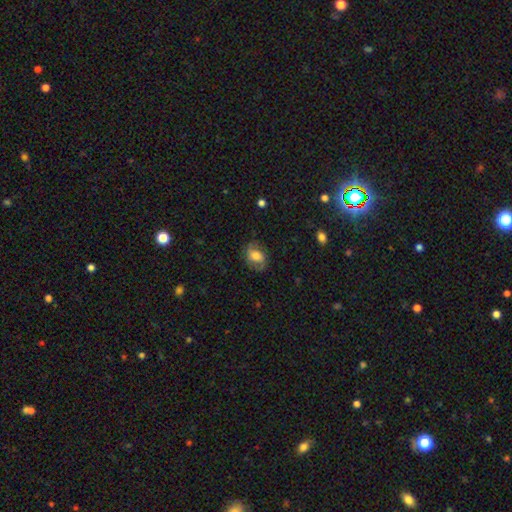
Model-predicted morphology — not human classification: A smooth galaxy with no disk features (64%) that is in between round and cigar-shaped (68%). Merging: none (73%).